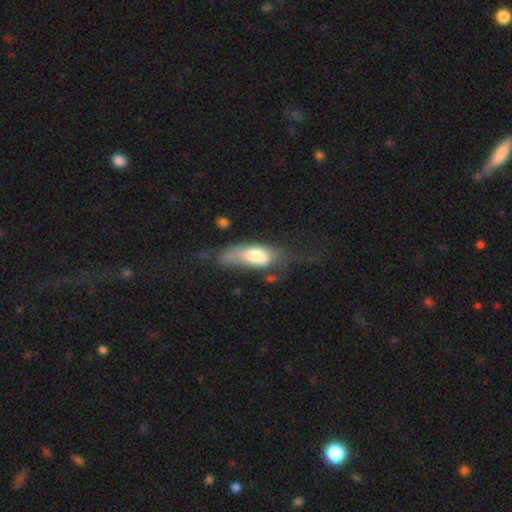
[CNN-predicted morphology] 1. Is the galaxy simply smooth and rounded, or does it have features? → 66% smooth, 27% featured or disk, 8% star or artifact.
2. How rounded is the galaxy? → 79% in between, 17% cigar-shaped, 4% round.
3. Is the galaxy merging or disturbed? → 43% major disturbance, 25% minor disturbance, 25% none, 7% merger.